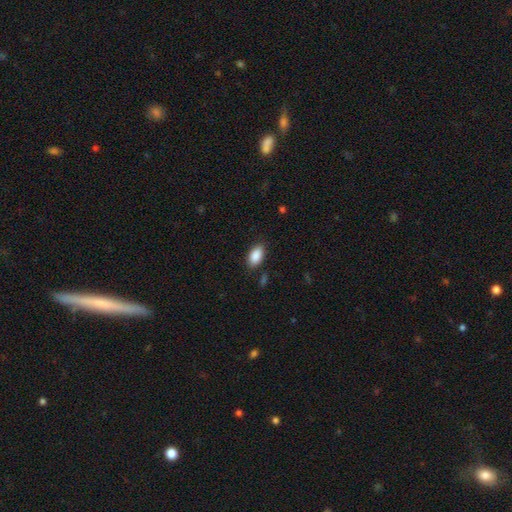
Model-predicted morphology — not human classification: A smooth galaxy with no disk features (89%) that is in between round and cigar-shaped (93%).

Vote fractions:
- Smooth or featured? smooth: 89% / star or artifact: 7% / featured or disk: 4%
- How rounded? in between: 93% / round: 4% / cigar-shaped: 2%
- Merging? none: 85% / minor disturbance: 11% / major disturbance: 3% / merger: 2%